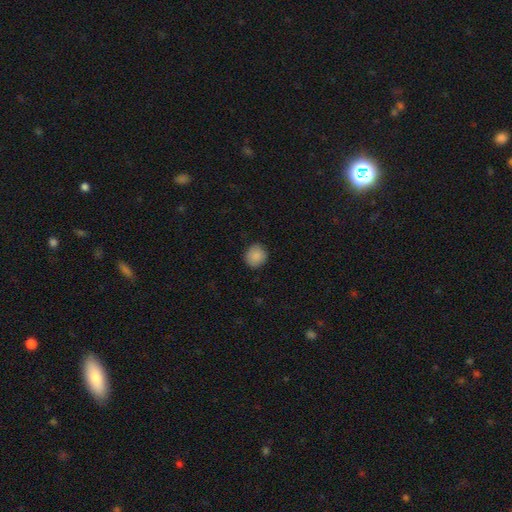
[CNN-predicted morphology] smooth 89%, star or artifact 8%, featured or disk 3%. Down the decision tree: how rounded — round (88%); merging — none (88%).